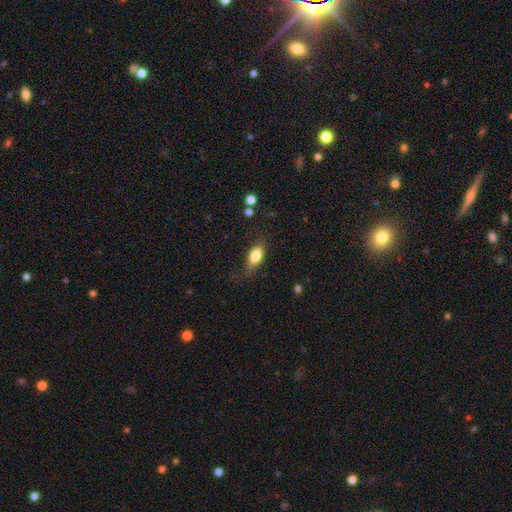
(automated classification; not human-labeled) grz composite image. It shows a smooth galaxy with no disk features (77%) that is in between round and cigar-shaped (80%). Merging: none (69%).